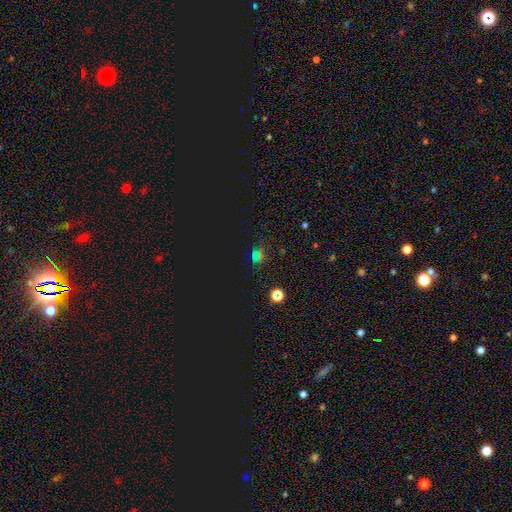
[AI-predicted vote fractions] Overall: star or artifact (70%).